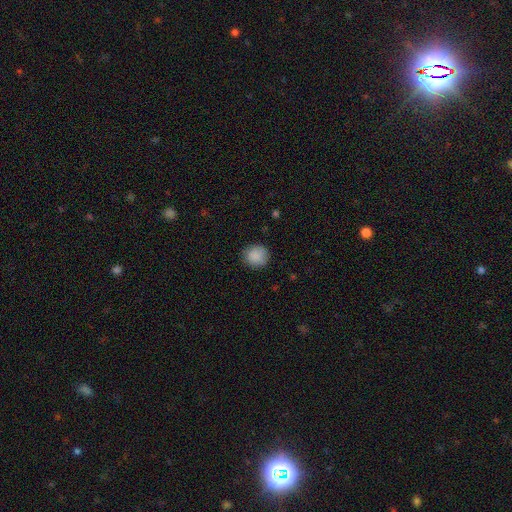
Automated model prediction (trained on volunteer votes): smooth 88%, star or artifact 8%, featured or disk 4%. Down the decision tree: how rounded — round (87%); merging — none (86%).